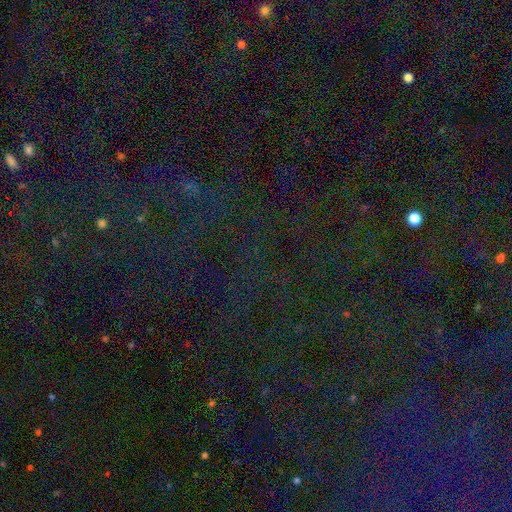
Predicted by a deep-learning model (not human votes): Smooth or featured? star or artifact (83%)